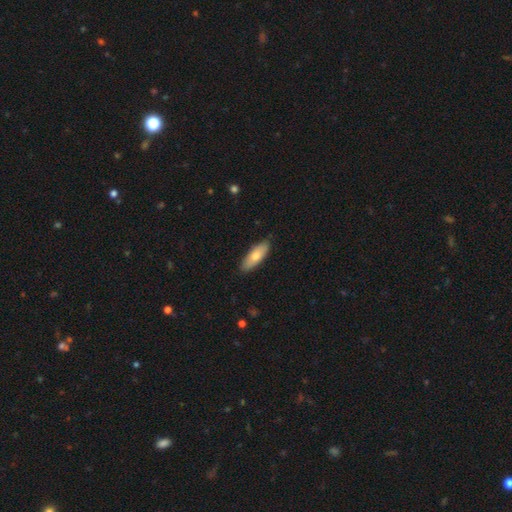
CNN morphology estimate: This appears to be a smooth galaxy with no disk features (71%) that is in between round and cigar-shaped (65%). Merging: none (87%).